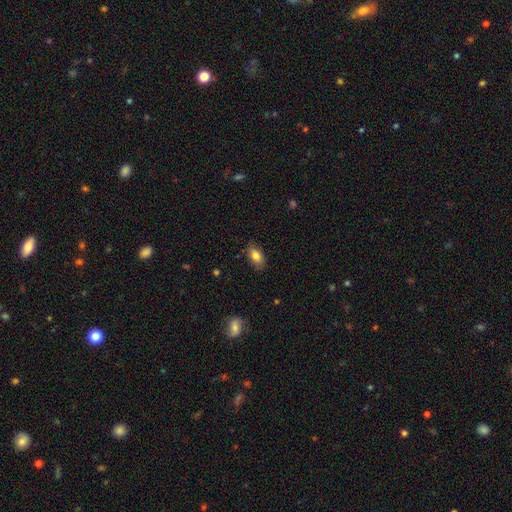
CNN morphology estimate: Smooth or featured: smooth — 82% (featured or disk — 10%)
How rounded: in between — 89% (round — 5%)
Merging: none — 84% (minor disturbance — 12%)